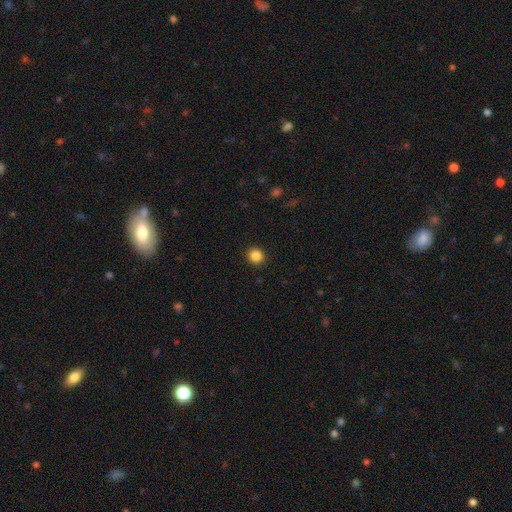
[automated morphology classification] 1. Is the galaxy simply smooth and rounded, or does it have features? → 87% smooth, 10% star or artifact, 3% featured or disk.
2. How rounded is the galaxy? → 89% round, 10% in between, 1% cigar-shaped.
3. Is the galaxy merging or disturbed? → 92% none, 5% minor disturbance, 2% major disturbance, 1% merger.